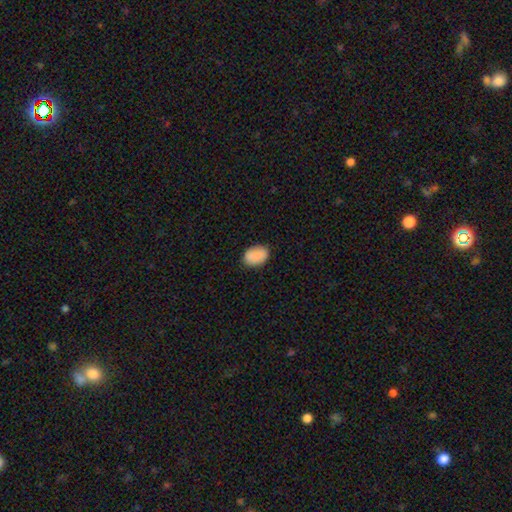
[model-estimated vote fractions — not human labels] smooth-or-featured: smooth: 89% | star or artifact: 7% | featured or disk: 4%
  how-rounded: in between: 82% | round: 17% | cigar-shaped: 1%
  merging: none: 84% | minor disturbance: 12% | major disturbance: 2% | merger: 1%